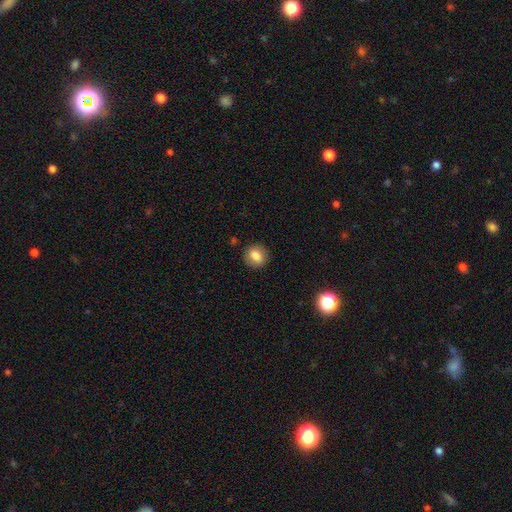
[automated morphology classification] A smooth galaxy with no disk features (83%) that is round (73%).

Vote fractions:
- Smooth or featured? smooth: 83% / star or artifact: 9% / featured or disk: 8%
- How rounded? round: 73% / in between: 26% / cigar-shaped: 1%
- Merging? none: 88% / minor disturbance: 8% / major disturbance: 2% / merger: 1%